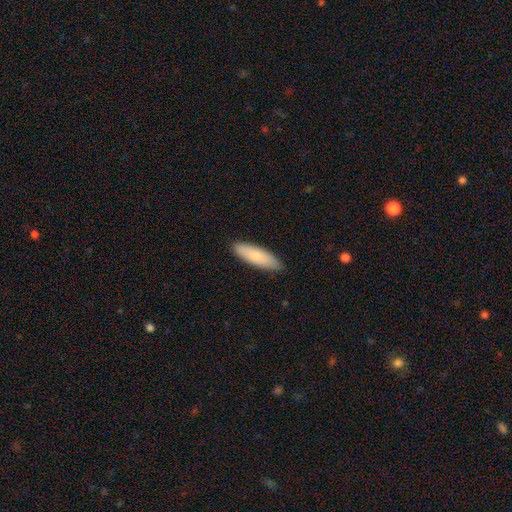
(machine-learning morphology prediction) This appears to be a smooth galaxy with no disk features (81%) that is cigar-shaped (49%, tied with in between). Merging: none (87%).